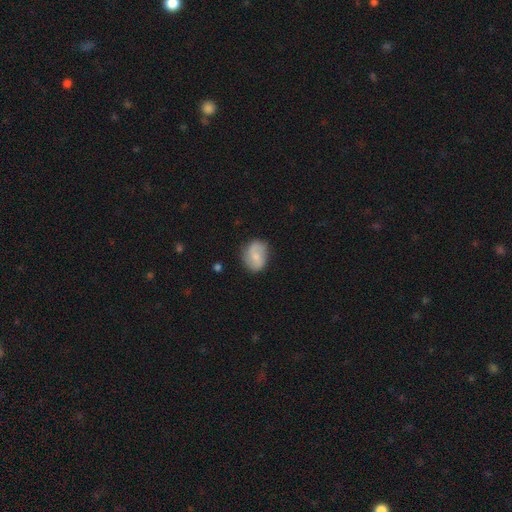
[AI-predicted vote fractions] Smooth or featured? Predicted: smooth (p=0.50). Merging? Predicted: none (p=0.74).